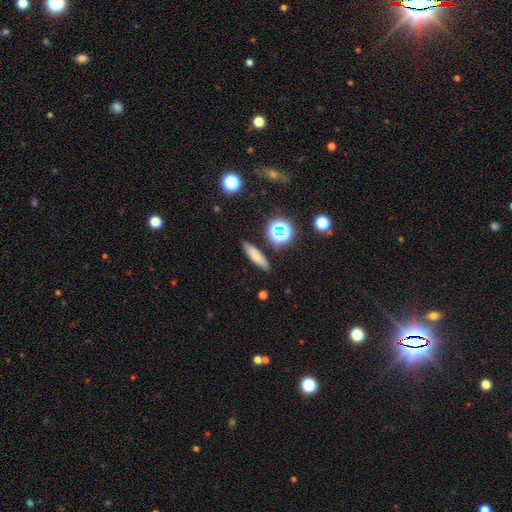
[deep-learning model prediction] Morphology: type=smooth (70%); roundness=cigar-shaped (63%); merging=none (86%).